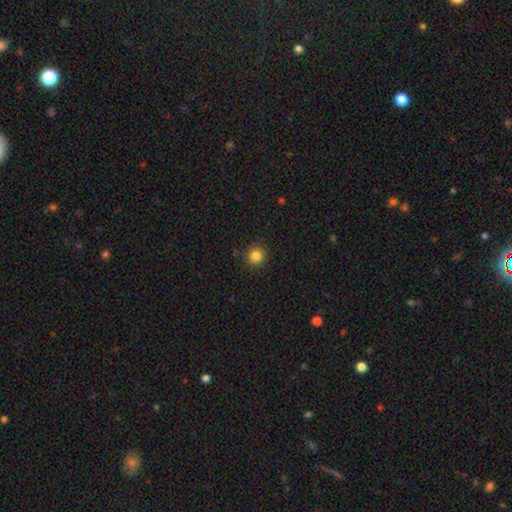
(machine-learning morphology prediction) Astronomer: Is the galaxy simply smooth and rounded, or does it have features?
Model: smooth — 84%.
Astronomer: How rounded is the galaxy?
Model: round — 93%.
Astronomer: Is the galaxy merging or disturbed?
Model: none — 91%.